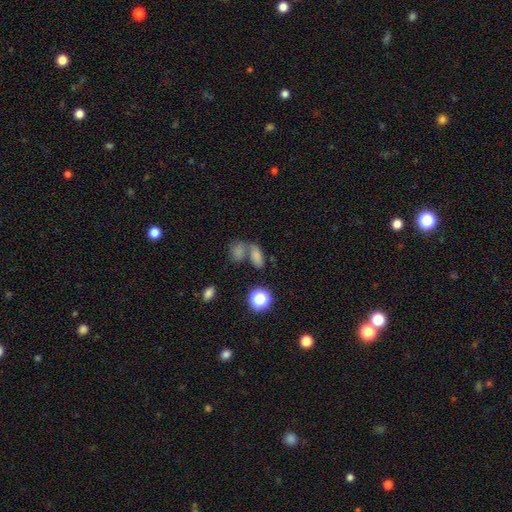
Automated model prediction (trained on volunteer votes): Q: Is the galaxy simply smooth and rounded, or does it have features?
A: smooth — 74%.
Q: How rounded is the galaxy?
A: in between — 80%.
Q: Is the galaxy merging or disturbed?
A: merger — 46%.